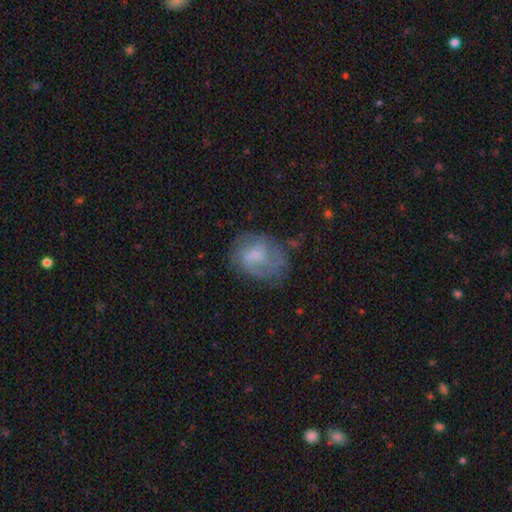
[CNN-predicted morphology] Overall: featured or disk (49%; smooth 42%). Merging: none (54%; minor disturbance 25%).